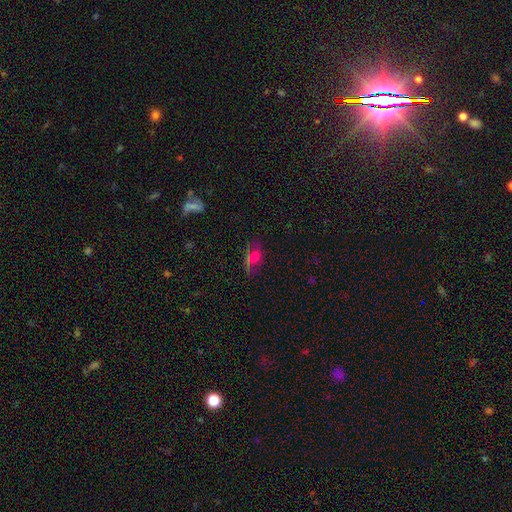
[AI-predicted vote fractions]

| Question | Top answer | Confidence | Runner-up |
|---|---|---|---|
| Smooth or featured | smooth | 44% | featured or disk (36%) |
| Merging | none | 56% | minor disturbance (24%) |